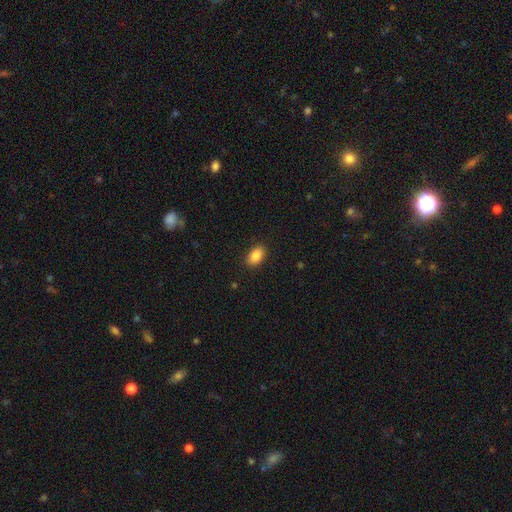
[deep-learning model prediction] This appears to be a smooth galaxy with no disk features (87%) that is in between round and cigar-shaped (91%). Merging: none (89%).